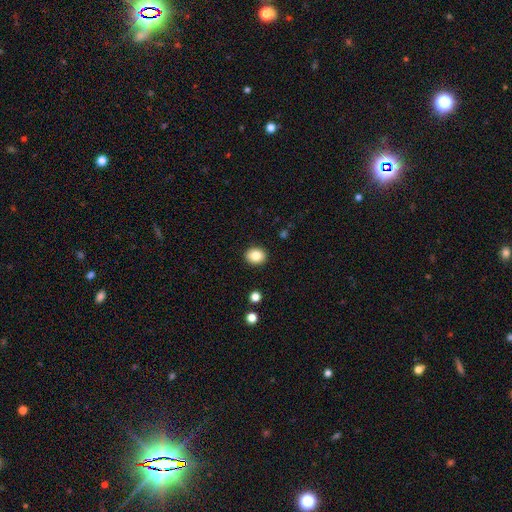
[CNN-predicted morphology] Overall: smooth (85%). How rounded: round (65%; in between 34%). Merging: none (91%).